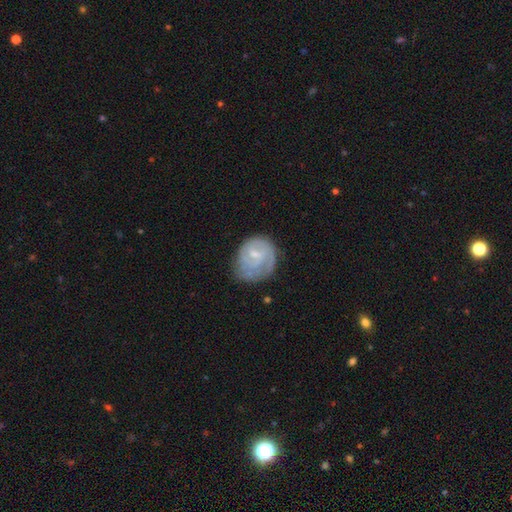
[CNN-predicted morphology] Overall: featured or disk (65%; smooth 29%). Edge-on disk: no (98%). Bar: weak (50%; no 42%). Spiral arms: yes (82%). Spiral arm count: can't tell (40%; 2 32%). Spiral winding: tight (62%; medium 28%). Bulge size: small (58%; moderate 31%). Merging: none (52%; minor disturbance 30%).